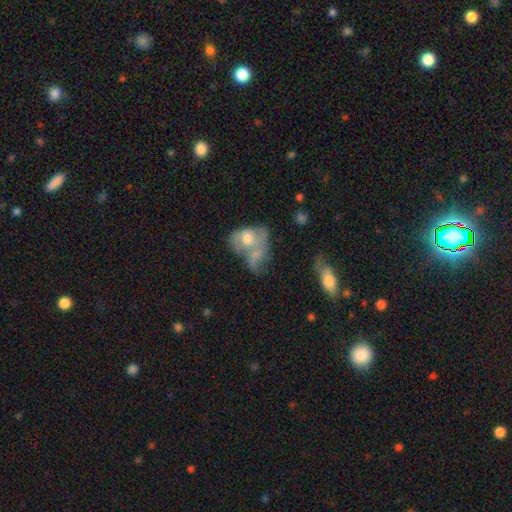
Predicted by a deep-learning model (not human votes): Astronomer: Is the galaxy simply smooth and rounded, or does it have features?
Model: smooth — 52% (runner-up: featured or disk, 39%).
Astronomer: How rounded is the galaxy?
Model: in between — 69%.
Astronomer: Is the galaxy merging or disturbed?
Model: merger — 67%.